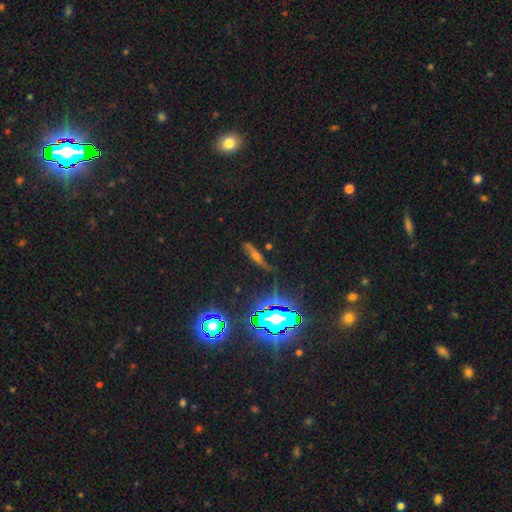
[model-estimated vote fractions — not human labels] Smooth or featured? featured or disk (42%)
Merging? none (74%)